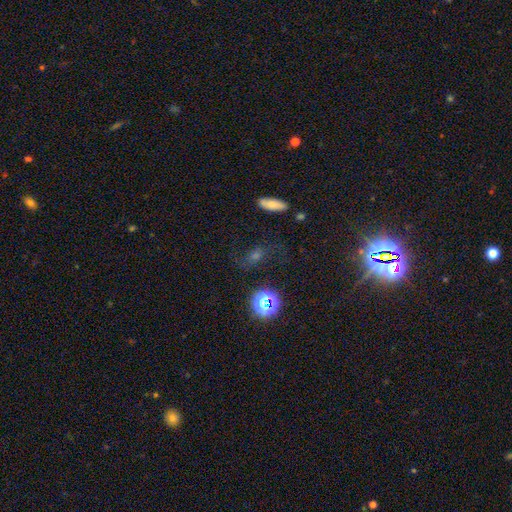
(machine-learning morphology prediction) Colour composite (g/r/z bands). It shows a star or artifact, not a galaxy (41%).